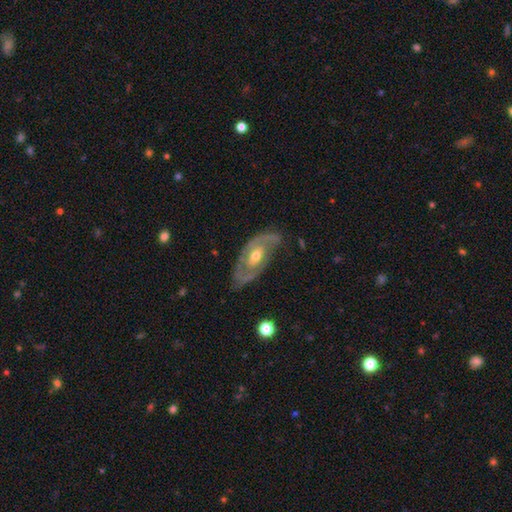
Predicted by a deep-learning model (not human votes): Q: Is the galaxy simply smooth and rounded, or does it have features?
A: featured or disk — 81%.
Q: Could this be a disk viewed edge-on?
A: no — 91%.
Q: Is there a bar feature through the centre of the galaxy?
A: no — 60%.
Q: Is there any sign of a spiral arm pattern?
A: yes — 78%.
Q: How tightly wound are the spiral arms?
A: tight — 47%.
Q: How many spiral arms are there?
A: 2 — 67%.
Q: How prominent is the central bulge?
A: moderate — 67%.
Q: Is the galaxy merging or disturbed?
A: none — 71%.